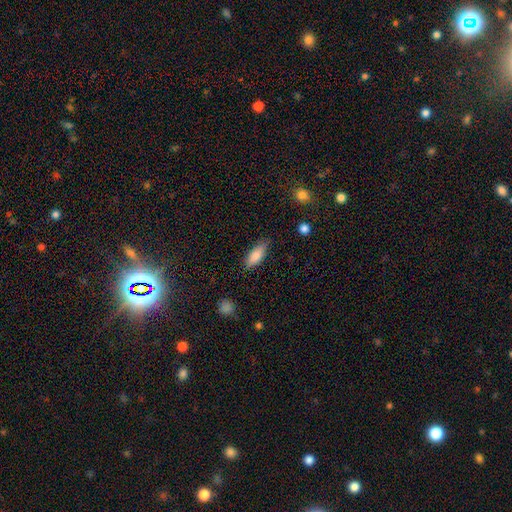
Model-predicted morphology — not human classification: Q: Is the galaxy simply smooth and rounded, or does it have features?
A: smooth — 82%.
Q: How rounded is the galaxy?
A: in between — 70%.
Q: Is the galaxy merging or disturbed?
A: none — 79%.